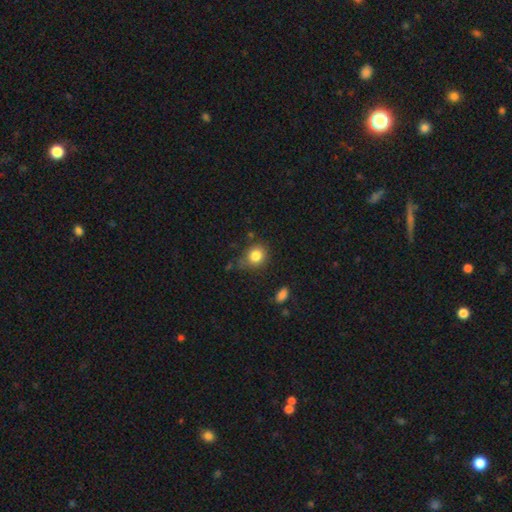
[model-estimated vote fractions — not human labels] This appears to be a smooth galaxy with no disk features (83%) that is round (70%). Merging: none (68%).